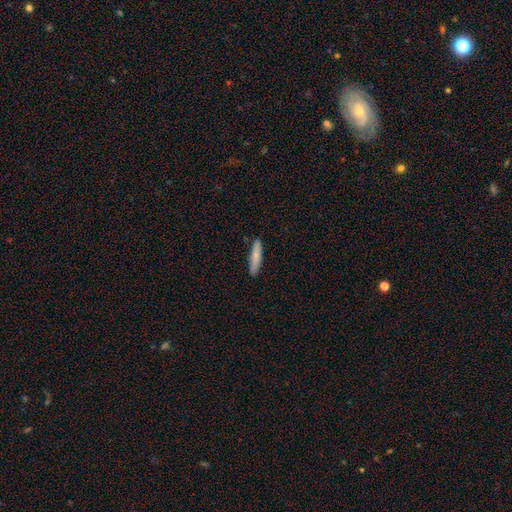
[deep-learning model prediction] Smooth or featured? smooth (76%)
How rounded? cigar-shaped (83%)
Merging? none (89%)